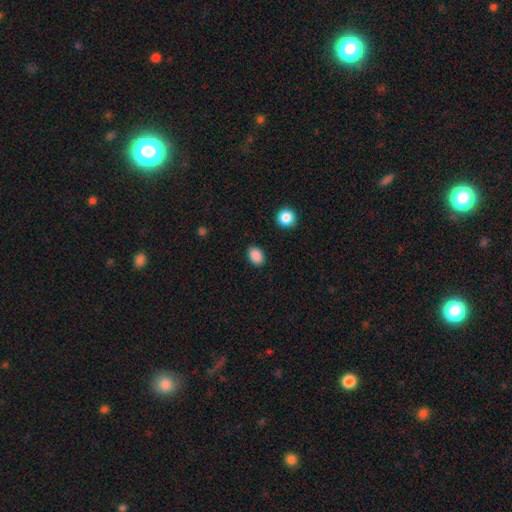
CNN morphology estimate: smooth 89%, star or artifact 9%, featured or disk 3%. Down the decision tree: how rounded — in between (77%); merging — none (88%).